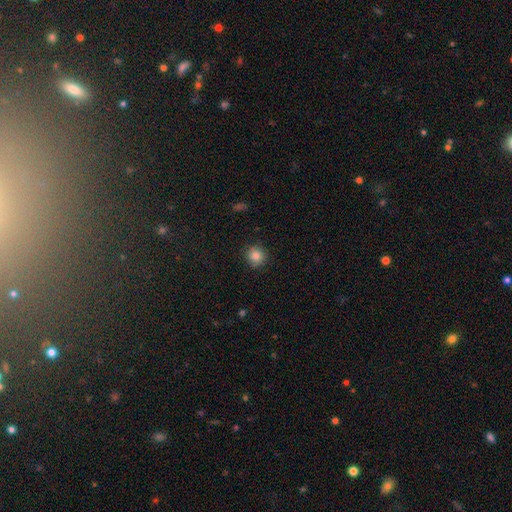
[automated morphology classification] A smooth galaxy with no disk features (85%) that is round (91%).

Vote fractions:
- Smooth or featured? smooth: 85% / star or artifact: 10% / featured or disk: 5%
- How rounded? round: 91% / in between: 8% / cigar-shaped: 1%
- Merging? none: 88% / minor disturbance: 8% / major disturbance: 2% / merger: 1%